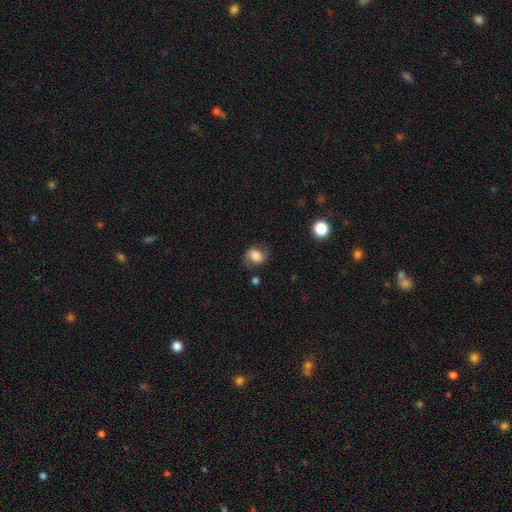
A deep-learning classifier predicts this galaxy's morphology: A smooth galaxy with no disk features (62%) that is in between round and cigar-shaped (56%). Merging: none (64%).